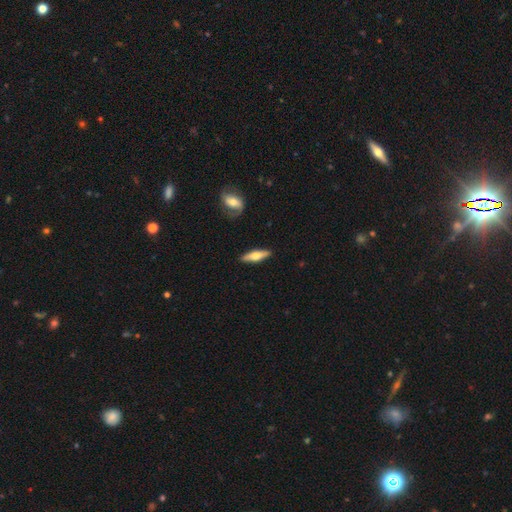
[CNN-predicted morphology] This is possibly a smooth galaxy (48%). Merging: clearly none (88%).